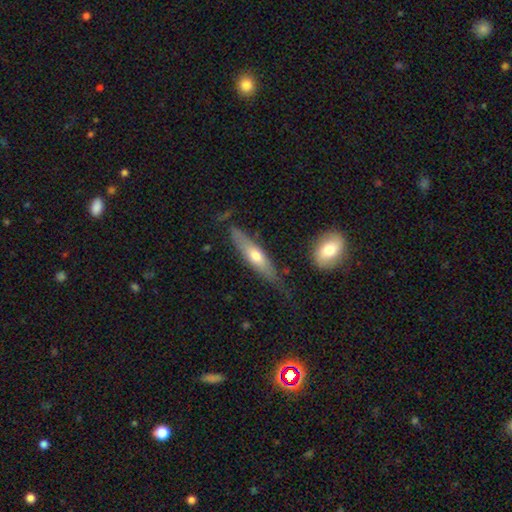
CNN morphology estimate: smooth 48%, featured or disk 46%, star or artifact 6%. Down the decision tree: merging — none (69%).